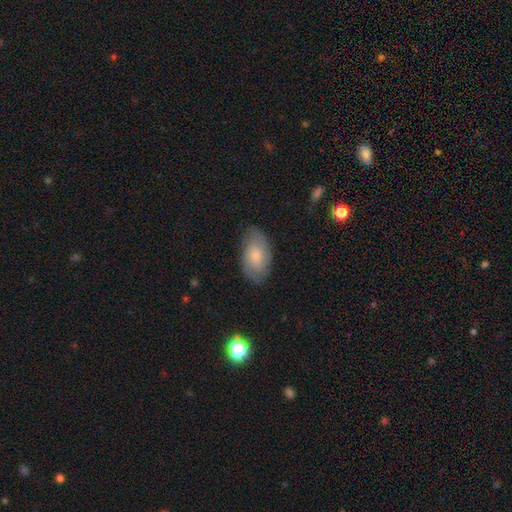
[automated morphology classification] smooth_or_featured: smooth (p=0.51) [alt: featured or disk p=0.42]
how_rounded: in between (p=0.92) [alt: round p=0.05]
merging: none (p=0.76) [alt: minor disturbance p=0.18]